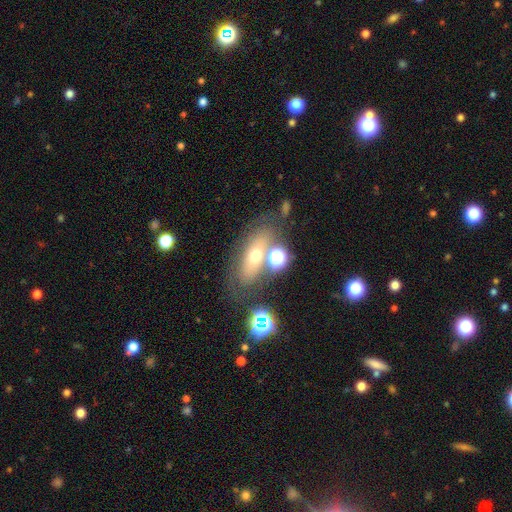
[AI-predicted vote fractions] A smooth galaxy with no disk features (52%) that is in between round and cigar-shaped (68%). Merging: none (59%).